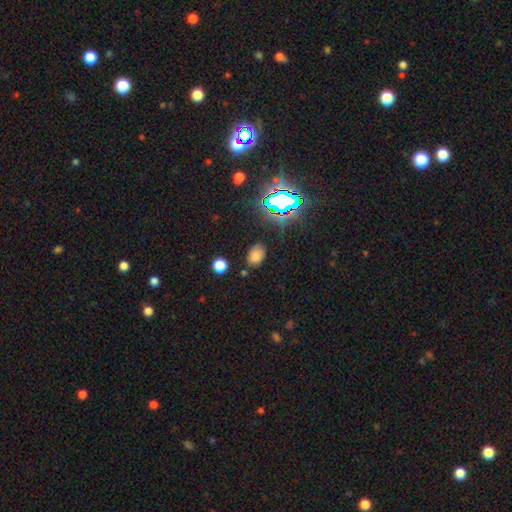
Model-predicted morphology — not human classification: This is likely a smooth galaxy (70%). How rounded: likely in between (80%). Merging: likely none (77%).